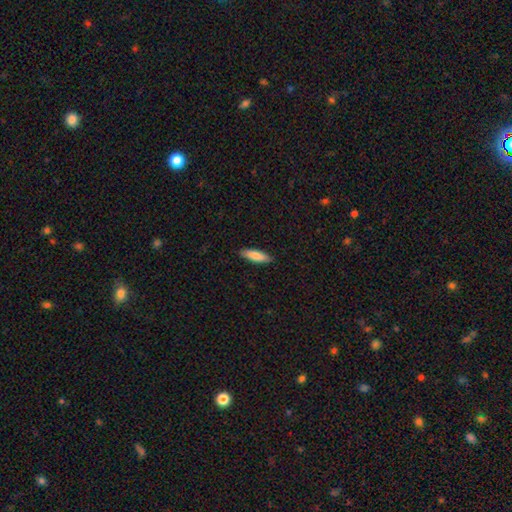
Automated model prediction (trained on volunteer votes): The model was most divided on "how rounded": cigar-shaped: 54%, in between: 44%, round: 2%. More confident: merging — none (89%); smooth or featured — smooth (84%).